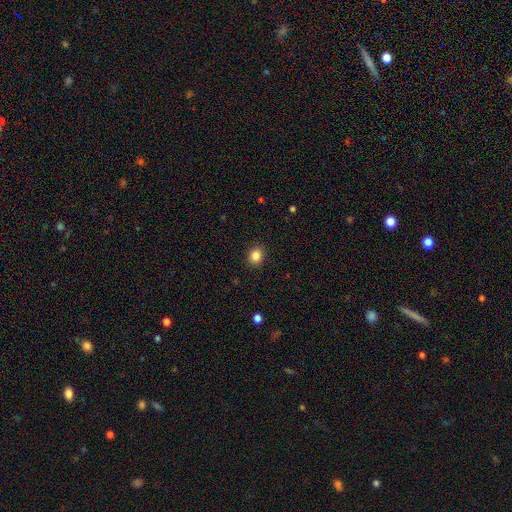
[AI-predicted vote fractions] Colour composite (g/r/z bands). It shows a smooth galaxy with no disk features (86%) that is round (69%). Merging: none (90%).